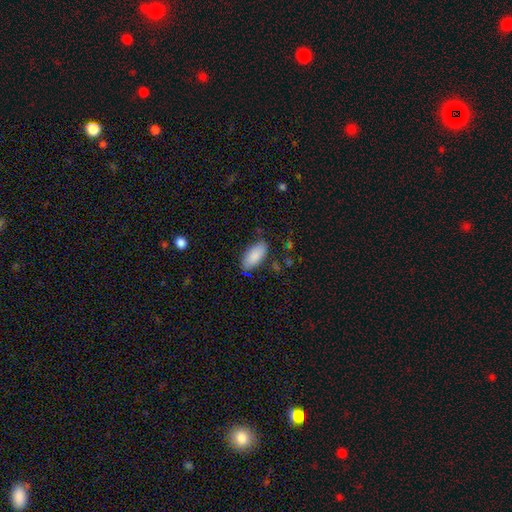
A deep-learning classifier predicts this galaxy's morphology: This appears to be a smooth galaxy with no disk features (87%) that is in between round and cigar-shaped (91%). Merging: none (76%).